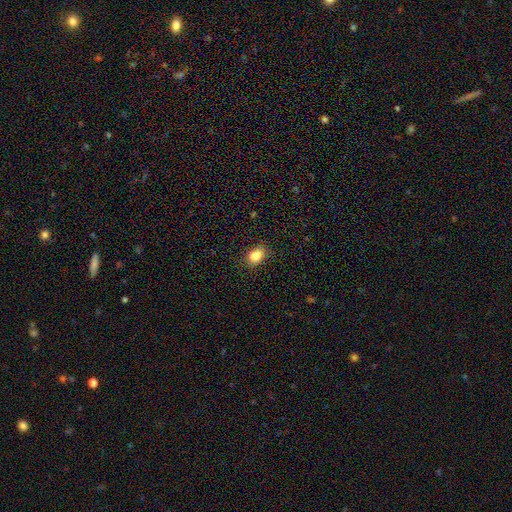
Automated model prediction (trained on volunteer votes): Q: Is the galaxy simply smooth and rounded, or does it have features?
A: smooth — 86%.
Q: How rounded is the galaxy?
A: in between — 74%.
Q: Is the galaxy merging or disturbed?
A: none — 85%.